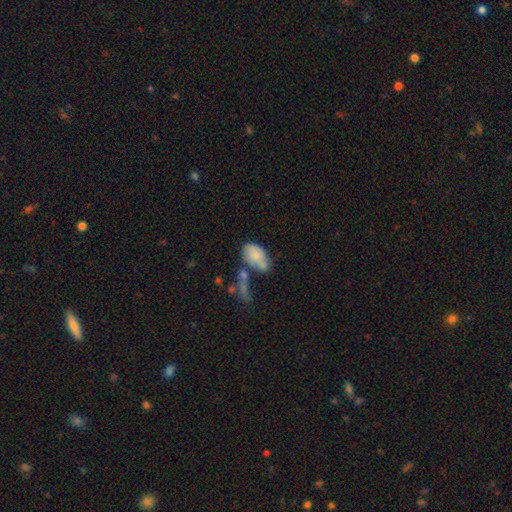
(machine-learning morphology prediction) A smooth galaxy with no disk features (70%) that is in between round and cigar-shaped (89%).

Vote fractions:
- Smooth or featured? smooth: 70% / featured or disk: 22% / star or artifact: 8%
- How rounded? in between: 89% / round: 9% / cigar-shaped: 2%
- Merging? merger: 34% / none: 30% / minor disturbance: 22% / major disturbance: 14%